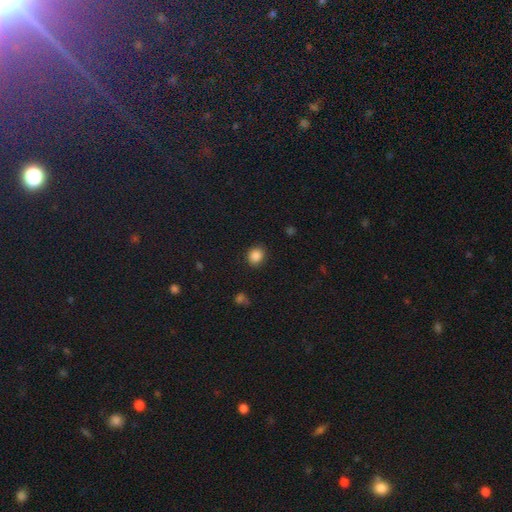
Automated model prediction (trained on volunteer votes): Smooth or featured? Predicted: smooth (p=0.86). How rounded? Predicted: round (p=0.71). Merging? Predicted: none (p=0.88).